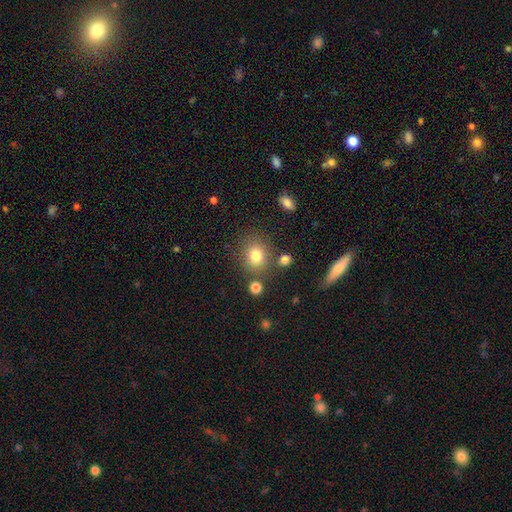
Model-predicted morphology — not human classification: smooth-or-featured: smooth: 78% | star or artifact: 13% | featured or disk: 9%
  how-rounded: round: 69% | in between: 30% | cigar-shaped: 1%
  merging: none: 76% | minor disturbance: 12% | merger: 8% | major disturbance: 4%